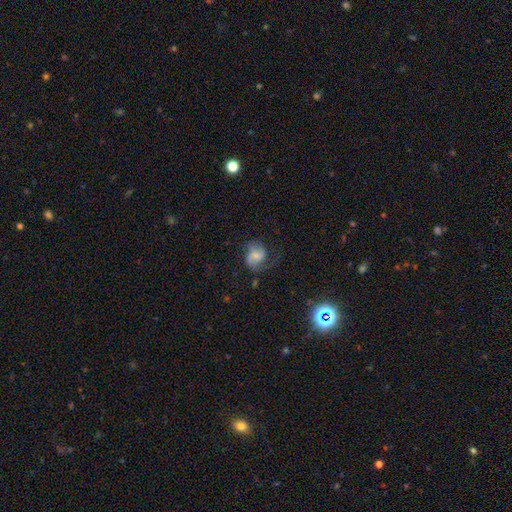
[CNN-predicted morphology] Q: Smooth or featured?
A: featured or disk (54%); runner-up: smooth (37%)
Q: Edge-on disk?
A: no (97%); runner-up: yes (3%)
Q: Bar?
A: no (49%); runner-up: weak (40%)
Q: Spiral arms?
A: yes (86%); runner-up: no (14%)
Q: Bulge size?
A: small (48%); runner-up: moderate (35%)
Q: Merging?
A: none (51%); runner-up: minor disturbance (24%)